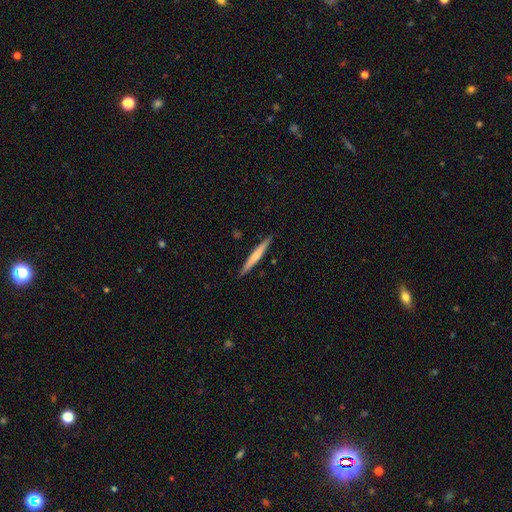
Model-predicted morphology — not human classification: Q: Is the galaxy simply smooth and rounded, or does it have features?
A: smooth — 59%.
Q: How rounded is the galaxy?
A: cigar-shaped — 96%.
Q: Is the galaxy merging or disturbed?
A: none — 90%.